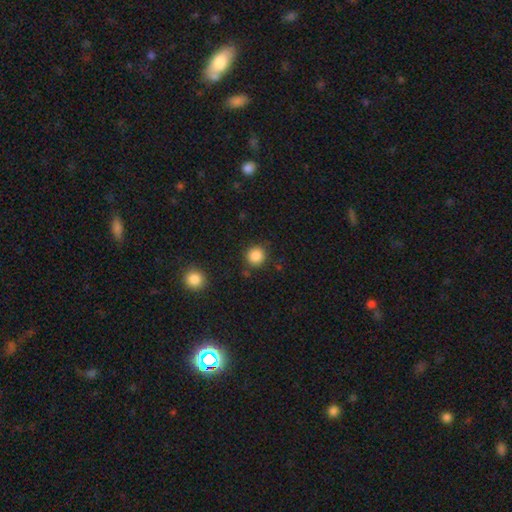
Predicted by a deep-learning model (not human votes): Q: Smooth or featured?
A: smooth (86%); runner-up: star or artifact (10%)
Q: How rounded?
A: round (92%); runner-up: in between (7%)
Q: Merging?
A: none (85%); runner-up: minor disturbance (9%)